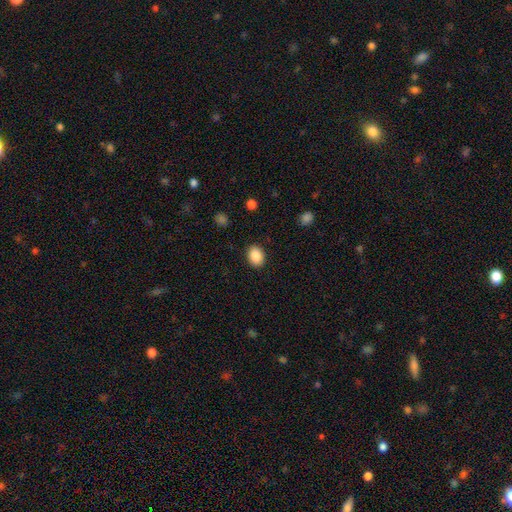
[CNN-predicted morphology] smooth 89%, star or artifact 8%, featured or disk 3%. Down the decision tree: how rounded — in between (64%); merging — none (89%).